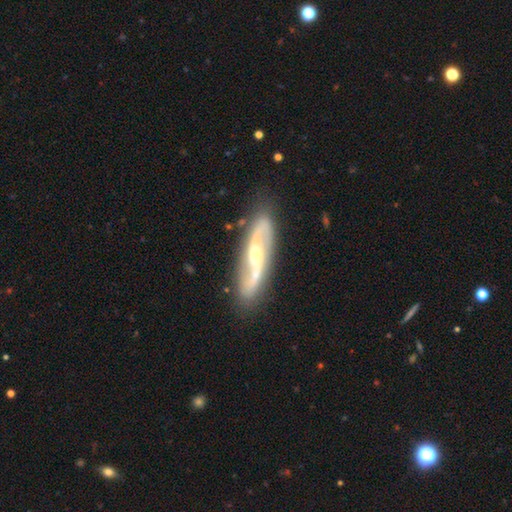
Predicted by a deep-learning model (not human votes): smooth-or-featured: featured or disk: 86% | smooth: 9% | star or artifact: 5%
  disk-edge-on: no: 87% | yes: 13%
    bar: weak: 42% | strong: 36% | no: 22%
    has-spiral-arms: yes: 96% | no: 4%
      spiral-winding: loose: 55% | medium: 34% | tight: 11%
      spiral-arm-count: 2: 92% | can't tell: 3% | 1: 2% | 3: 1% | 4: 1% | more than 4: 1%
    bulge-size: moderate: 45% | small: 39% | large: 8% | none: 7% | dominant: 2%
  merging: none: 84% | minor disturbance: 11% | major disturbance: 3% | merger: 2%